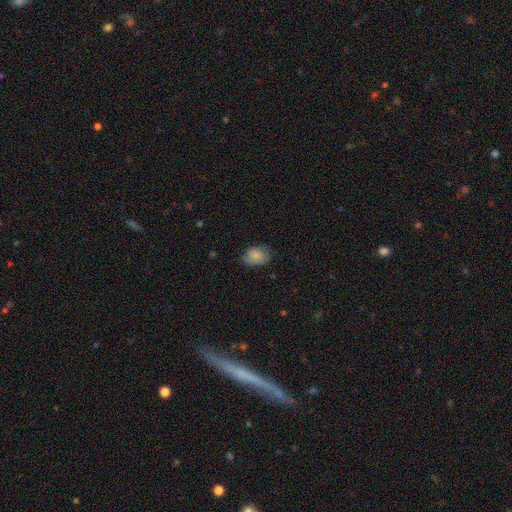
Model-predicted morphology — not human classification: This appears to be a smooth galaxy with no disk features (83%) that is in between round and cigar-shaped (74%). Merging: none (70%).